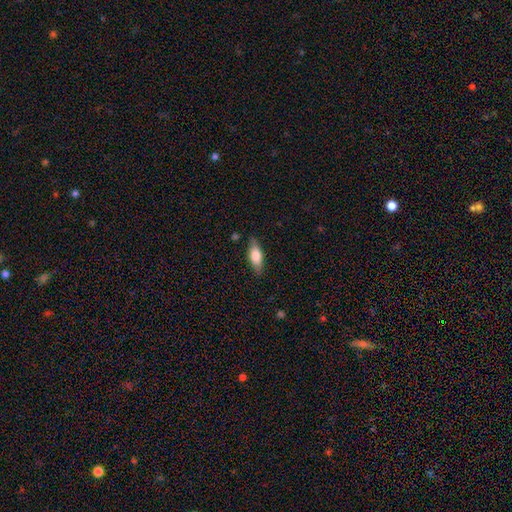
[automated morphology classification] smooth 69%, featured or disk 25%, star or artifact 6%. Down the decision tree: how rounded — in between (69%); merging — none (83%).